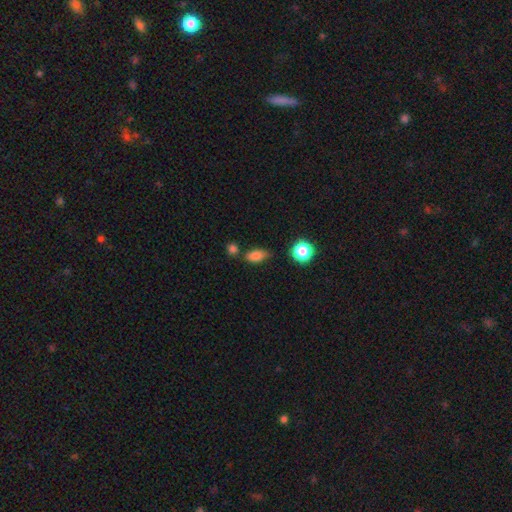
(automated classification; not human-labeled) smooth-or-featured: smooth: 82% | star or artifact: 12% | featured or disk: 6%
  how-rounded: in between: 82% | round: 13% | cigar-shaped: 5%
  merging: none: 65% | minor disturbance: 21% | merger: 9% | major disturbance: 5%